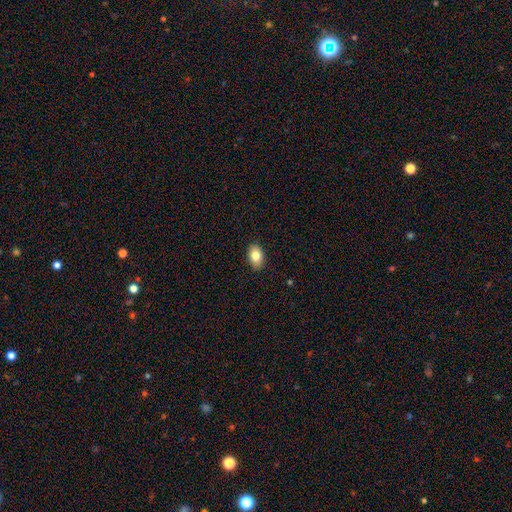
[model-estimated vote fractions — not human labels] A smooth galaxy with no disk features (81%) that is in between round and cigar-shaped (89%).

Vote fractions:
- Smooth or featured? smooth: 81% / featured or disk: 11% / star or artifact: 8%
- How rounded? in between: 89% / round: 10% / cigar-shaped: 1%
- Merging? none: 89% / minor disturbance: 8% / major disturbance: 2% / merger: 1%